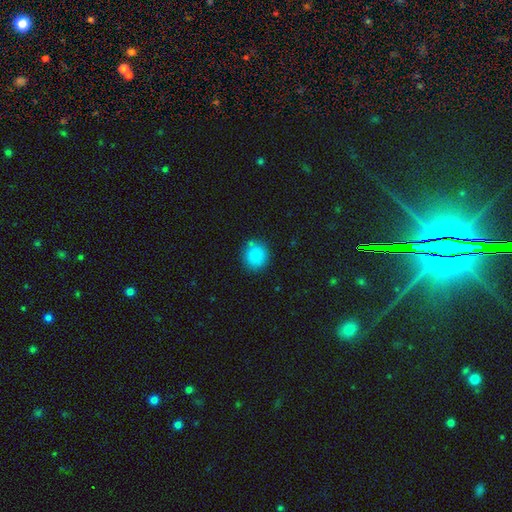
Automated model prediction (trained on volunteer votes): Smooth or featured? Predicted: smooth (p=0.87). How rounded? Predicted: round (p=0.88). Merging? Predicted: none (p=0.81).